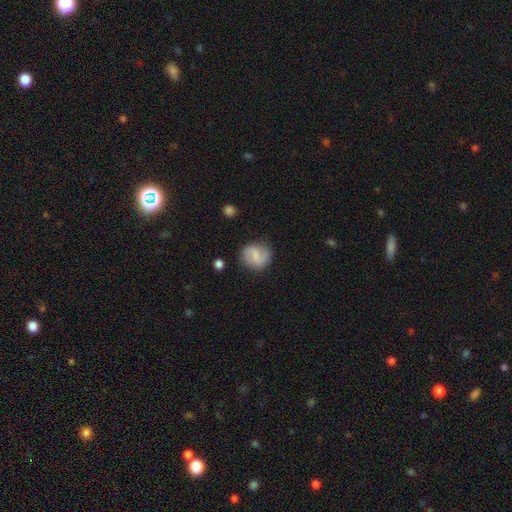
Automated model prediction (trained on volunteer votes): This appears to be a featured or disk galaxy (48%). Merging: none (81%).